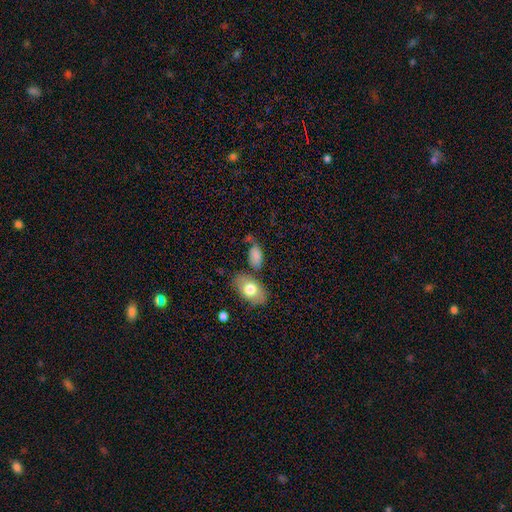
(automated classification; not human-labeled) Q: Smooth or featured?
A: smooth (81%); runner-up: featured or disk (11%)
Q: How rounded?
A: in between (91%); runner-up: round (6%)
Q: Merging?
A: none (52%); runner-up: minor disturbance (22%)